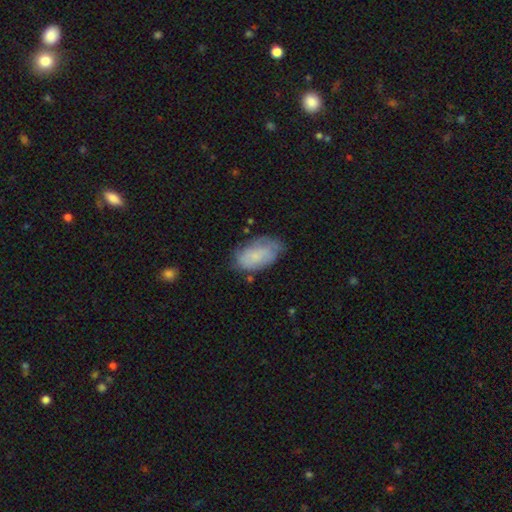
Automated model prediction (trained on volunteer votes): smooth_or_featured: smooth (p=0.66) [alt: featured or disk p=0.27]
how_rounded: in between (p=0.93) [alt: round p=0.05]
merging: none (p=0.57) [alt: minor disturbance p=0.30]